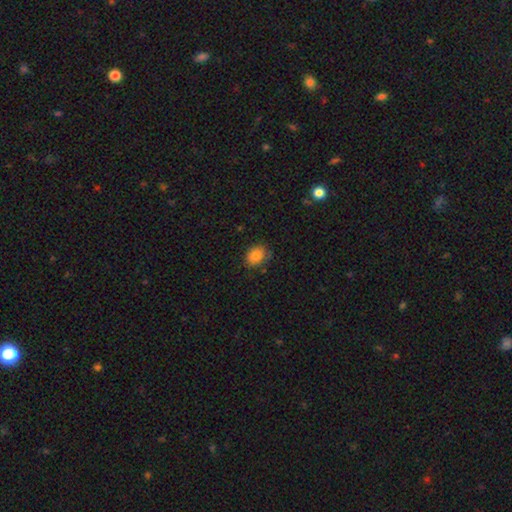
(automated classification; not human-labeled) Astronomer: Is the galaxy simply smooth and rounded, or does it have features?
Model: smooth — 85%.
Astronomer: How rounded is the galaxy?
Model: in between — 59% (runner-up: round, 40%).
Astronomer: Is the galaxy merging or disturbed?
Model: none — 78%.